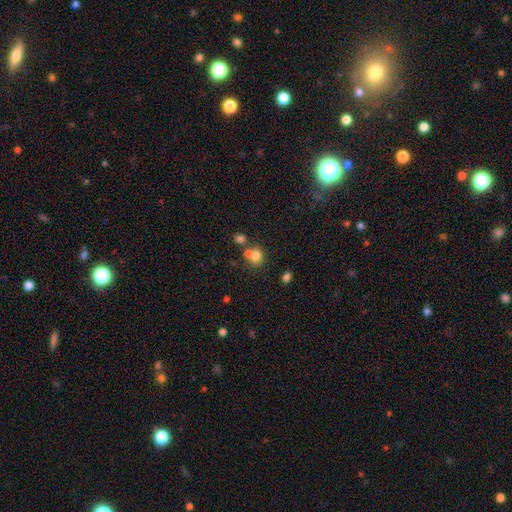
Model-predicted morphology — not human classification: smooth 74%, star or artifact 14%, featured or disk 13%. Down the decision tree: how rounded — round (76%); merging — none (44%, tied with merger).